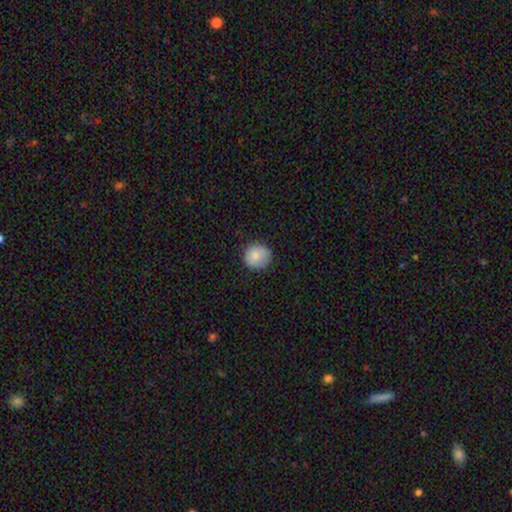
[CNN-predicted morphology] smooth-or-featured: smooth: 85% | star or artifact: 8% | featured or disk: 7%
  how-rounded: round: 89% | in between: 10% | cigar-shaped: 1%
  merging: none: 84% | minor disturbance: 13% | major disturbance: 3% | merger: 1%